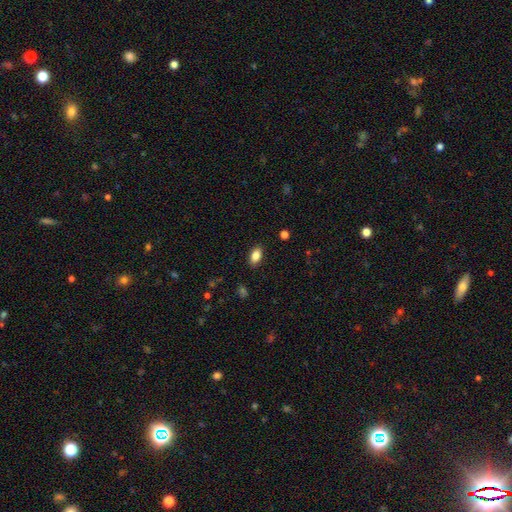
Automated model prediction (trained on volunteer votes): This appears to be a smooth galaxy with no disk features (85%) that is in between round and cigar-shaped (90%). Merging: none (88%).